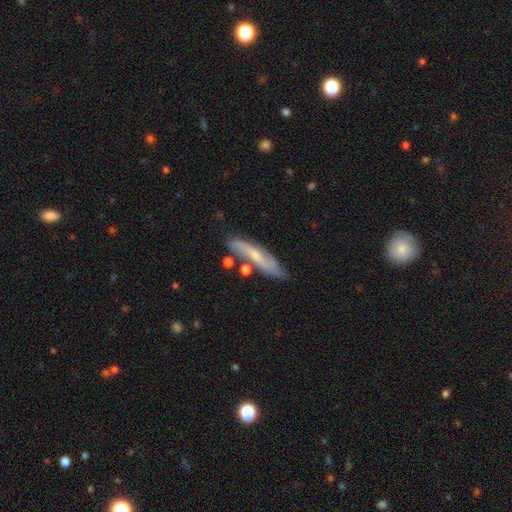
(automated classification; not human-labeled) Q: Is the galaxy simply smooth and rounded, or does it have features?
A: featured or disk — 57%.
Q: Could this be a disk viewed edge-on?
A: no — 53%.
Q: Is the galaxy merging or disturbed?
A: none — 68%.